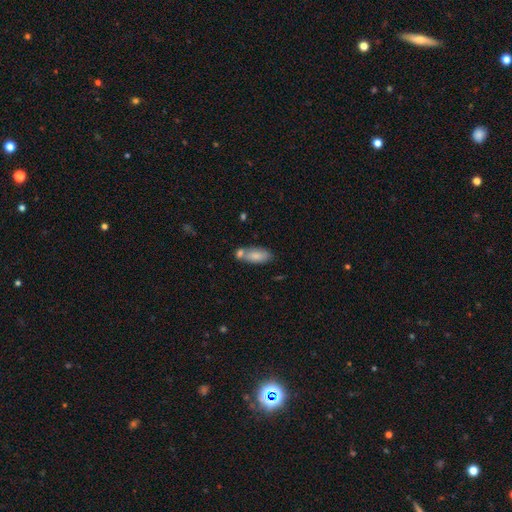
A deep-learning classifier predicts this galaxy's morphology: smooth 80%, featured or disk 13%, star or artifact 7%. Down the decision tree: how rounded — in between (85%); merging — none (49%).